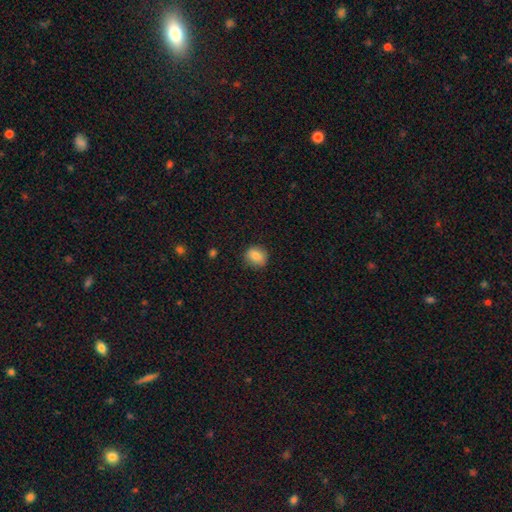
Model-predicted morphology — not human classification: type=smooth (84%); roundness=round (70%); merging=none (85%).